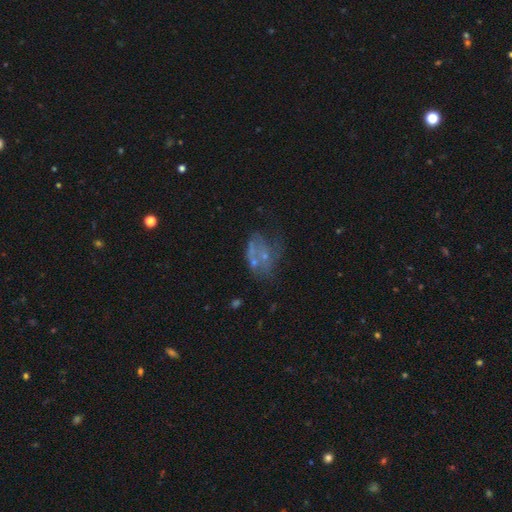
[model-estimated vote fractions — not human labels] smooth-or-featured: featured or disk: 50% | smooth: 29% | star or artifact: 20%
  disk-edge-on: no: 98% | yes: 2%
  merging: none: 34% | major disturbance: 31% | minor disturbance: 18% | merger: 17%